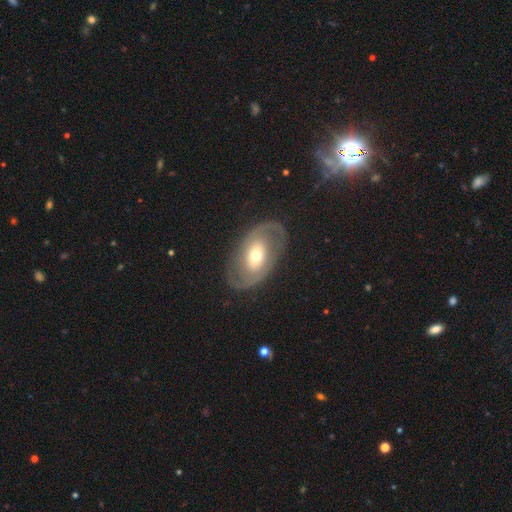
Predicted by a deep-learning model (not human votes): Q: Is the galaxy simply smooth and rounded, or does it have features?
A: featured or disk — 73%.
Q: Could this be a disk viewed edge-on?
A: no — 94%.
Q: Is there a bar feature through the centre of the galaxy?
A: no — 71%.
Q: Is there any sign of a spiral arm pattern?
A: yes — 69%.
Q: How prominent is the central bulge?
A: moderate — 61%.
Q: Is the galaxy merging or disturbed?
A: none — 79%.